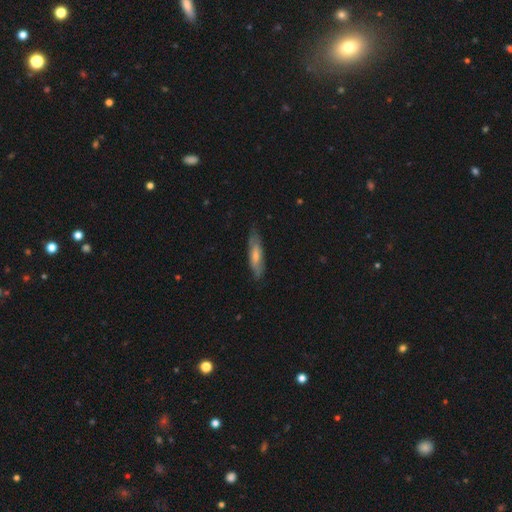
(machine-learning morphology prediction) type=smooth (56%); roundness=cigar-shaped (60%); merging=none (73%).